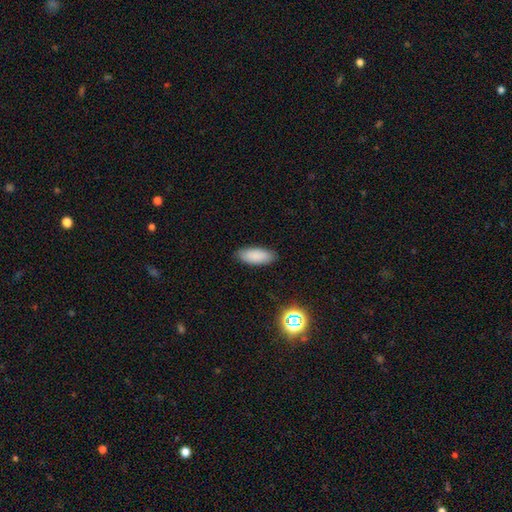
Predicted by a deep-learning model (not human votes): This is clearly a smooth galaxy (87%). How rounded: clearly in between (81%). Merging: clearly none (88%).